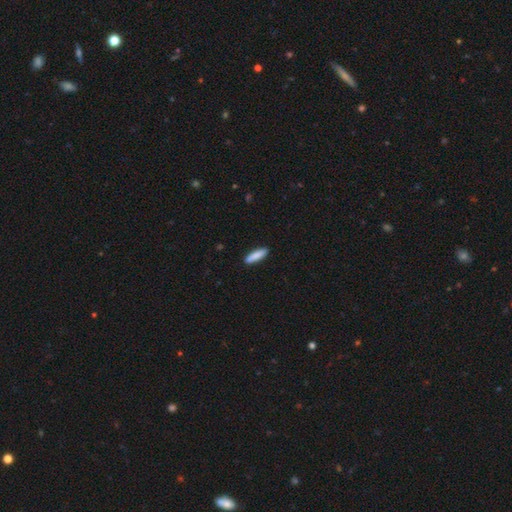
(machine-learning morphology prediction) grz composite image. It shows a smooth galaxy with no disk features (86%) that is cigar-shaped (73%). Merging: none (90%).